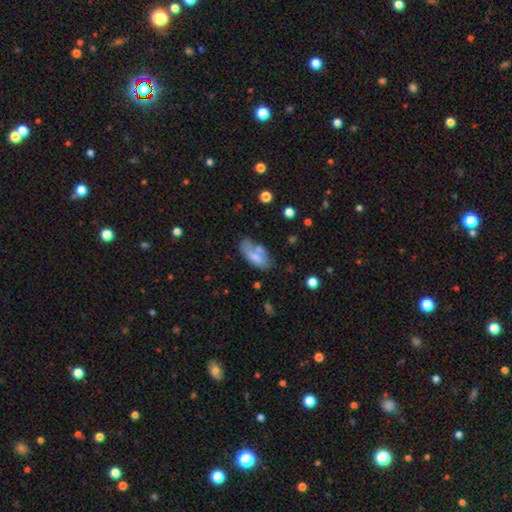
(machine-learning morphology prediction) type=smooth (66%); roundness=in between (88%); merging=none (37%).